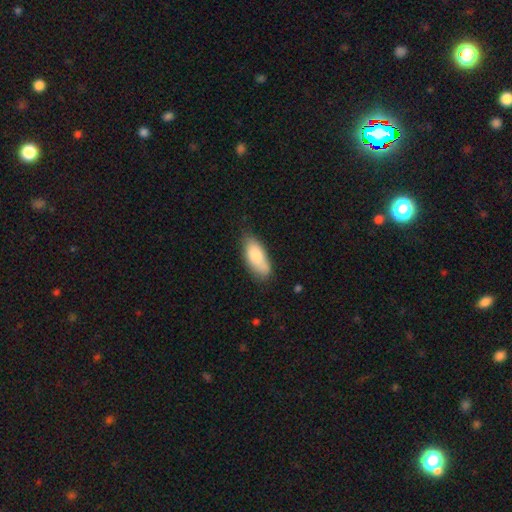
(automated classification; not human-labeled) Overall: smooth (78%). How rounded: in between (82%). Merging: none (66%).